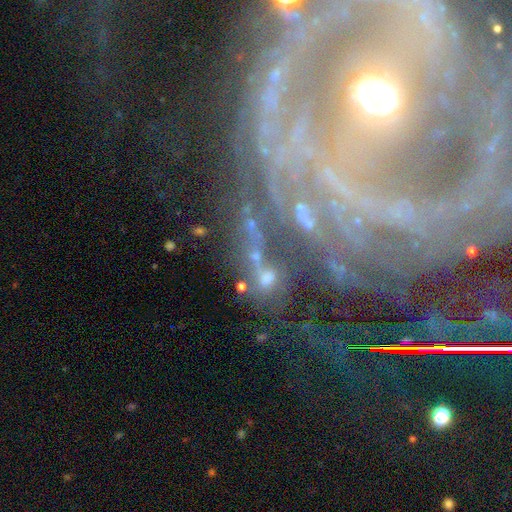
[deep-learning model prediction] The model was most divided on "bulge size": small: 41%, moderate: 27%, none: 23%, large: 6%, dominant: 4%. Remaining: edge-on disk — no (92%); spiral arms — yes (69%); bar — no (56%); smooth or featured — featured or disk (54%); merging — none (43%).